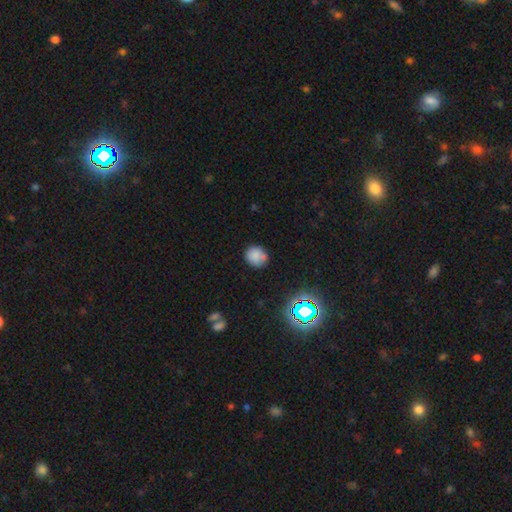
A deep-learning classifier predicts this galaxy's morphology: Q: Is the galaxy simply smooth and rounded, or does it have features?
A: smooth — 81%.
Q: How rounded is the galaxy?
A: round — 80%.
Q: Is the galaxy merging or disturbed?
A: none — 77%.